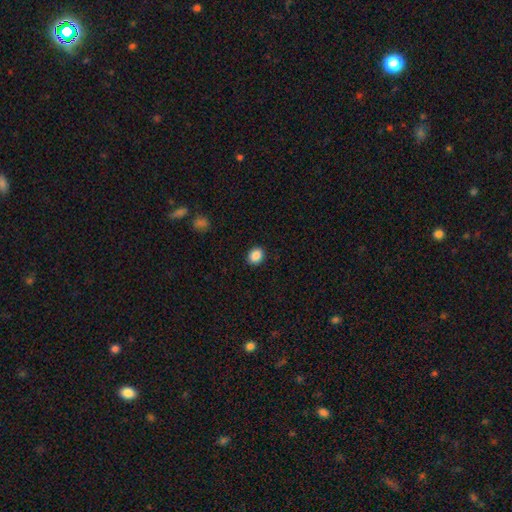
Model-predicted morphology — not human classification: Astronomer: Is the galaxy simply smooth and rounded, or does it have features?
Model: smooth — 88%.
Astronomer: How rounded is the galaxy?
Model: round — 62% (runner-up: in between, 37%).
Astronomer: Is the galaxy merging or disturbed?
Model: none — 91%.